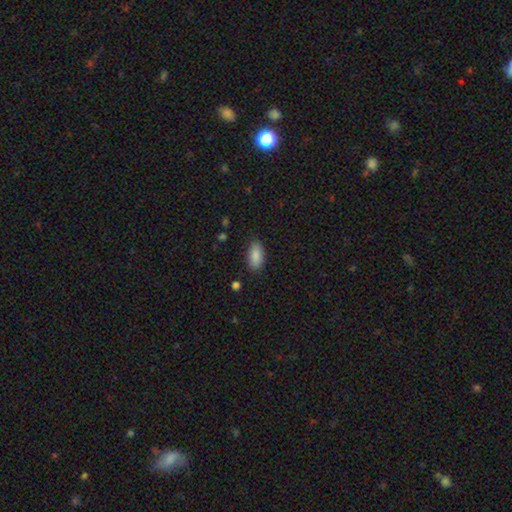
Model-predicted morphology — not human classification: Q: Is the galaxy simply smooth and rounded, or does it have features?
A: smooth — 89%.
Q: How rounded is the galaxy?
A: in between — 91%.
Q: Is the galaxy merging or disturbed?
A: none — 84%.